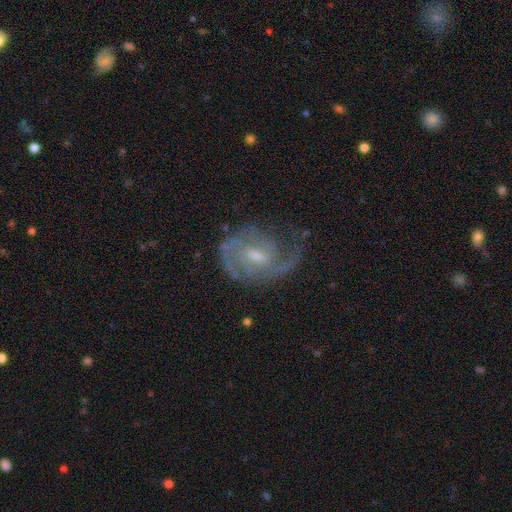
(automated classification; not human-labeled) The model was most divided on "spiral winding": medium: 45%, tight: 39%, loose: 16%. More confident: edge-on disk — no (97%); spiral arms — yes (95%); smooth or featured — featured or disk (84%); merging — none (60%); bar — weak (53%); spiral arm count — 2 (51%); bulge size — moderate (51%).